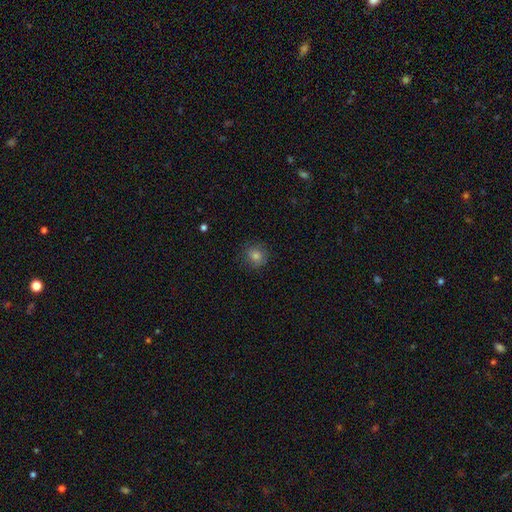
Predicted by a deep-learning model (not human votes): Q: Smooth or featured?
A: smooth (75%); runner-up: star or artifact (16%)
Q: How rounded?
A: round (90%); runner-up: in between (9%)
Q: Merging?
A: none (87%); runner-up: minor disturbance (9%)